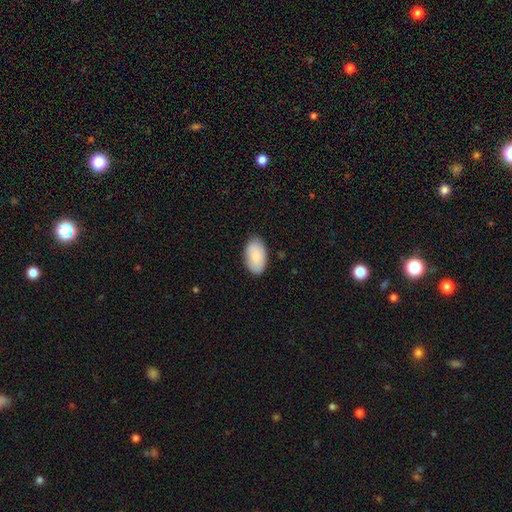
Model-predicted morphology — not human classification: smooth 84%, featured or disk 10%, star or artifact 6%. Down the decision tree: how rounded — in between (94%); merging — none (82%).